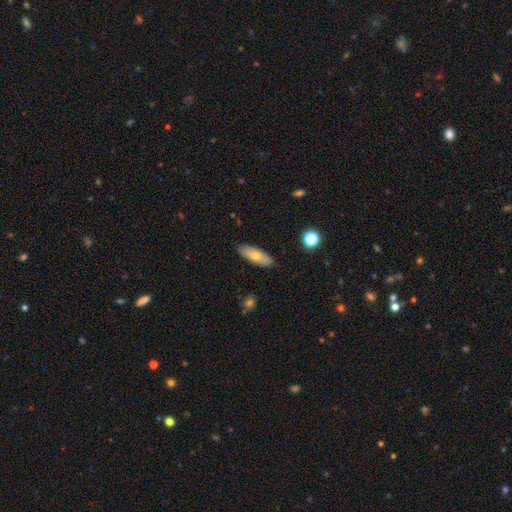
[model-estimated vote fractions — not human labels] Smooth or featured: smooth — 63% (featured or disk — 30%)
How rounded: in between — 66% (cigar-shaped — 31%)
Merging: none — 87% (minor disturbance — 10%)